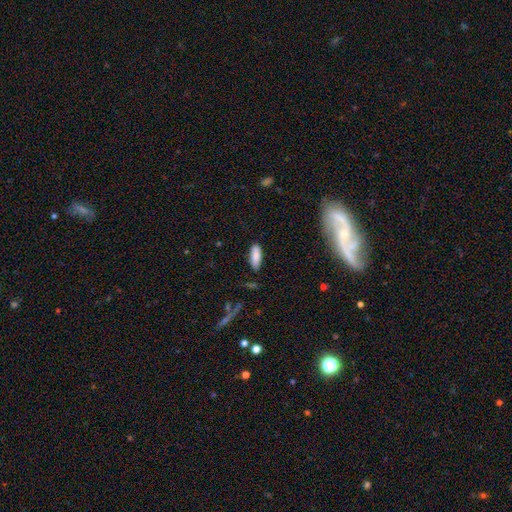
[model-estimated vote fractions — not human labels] This appears to be a smooth galaxy with no disk features (86%) that is in between round and cigar-shaped (67%). Merging: none (81%).